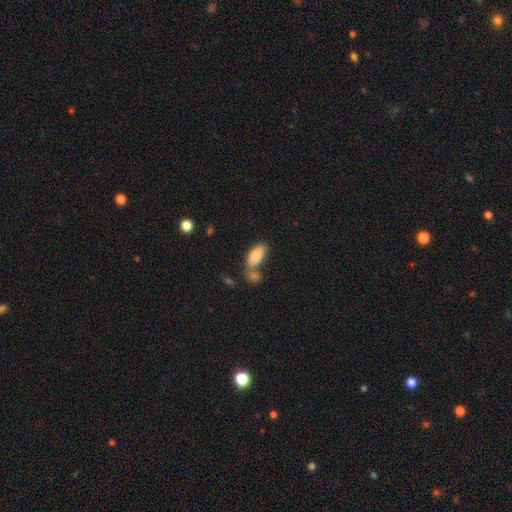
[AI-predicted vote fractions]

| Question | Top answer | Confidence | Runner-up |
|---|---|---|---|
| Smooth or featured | smooth | 85% | featured or disk (9%) |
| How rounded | in between | 90% | cigar-shaped (7%) |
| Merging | none | 44% | merger (37%) |